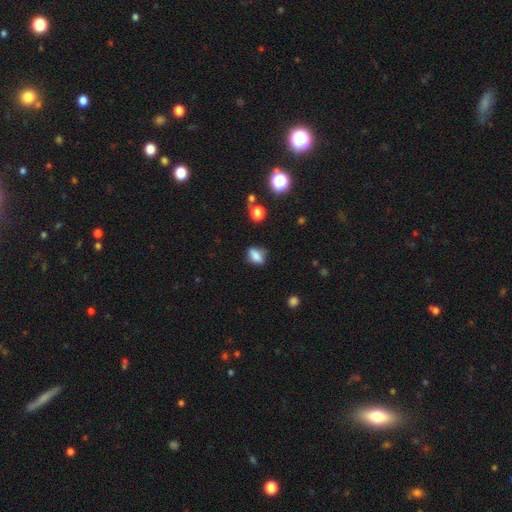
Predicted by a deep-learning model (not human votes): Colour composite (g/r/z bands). It shows a smooth galaxy with no disk features (79%) that is in between round and cigar-shaped (76%). Merging: none (71%).